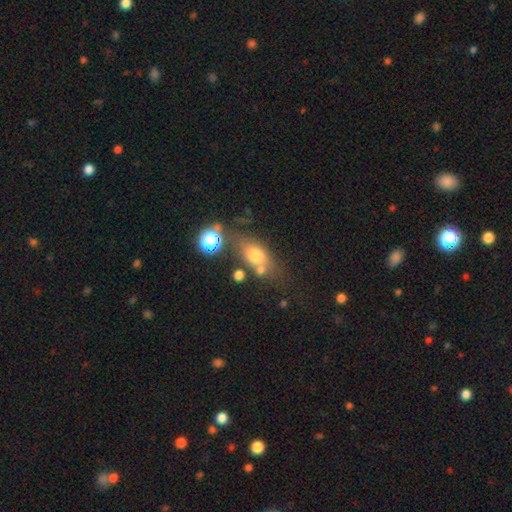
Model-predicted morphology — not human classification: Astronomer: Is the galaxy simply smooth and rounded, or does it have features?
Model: smooth — 68%.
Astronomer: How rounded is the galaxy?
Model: in between — 67%.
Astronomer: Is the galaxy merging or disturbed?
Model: none — 55%.